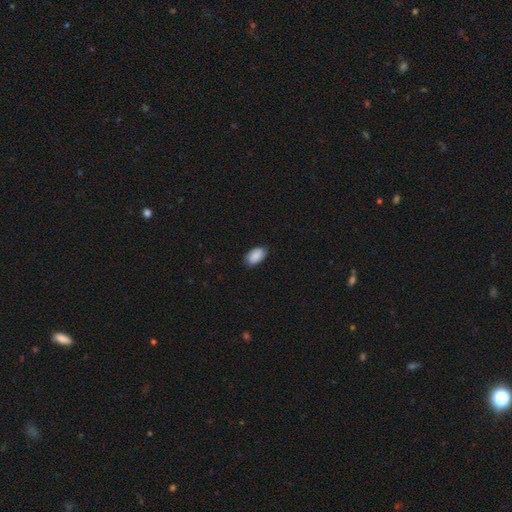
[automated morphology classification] A smooth galaxy with no disk features (88%) that is in between round and cigar-shaped (94%). Merging: none (82%).